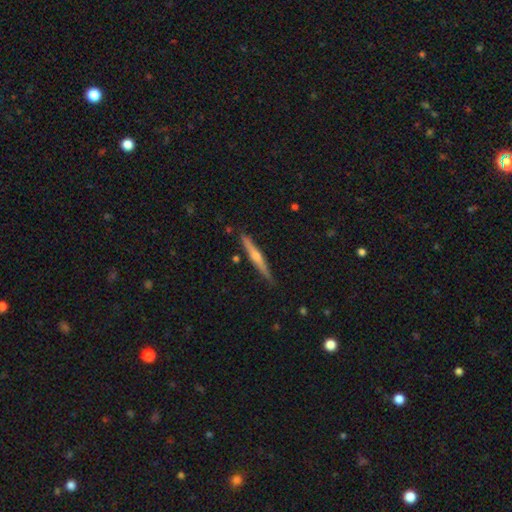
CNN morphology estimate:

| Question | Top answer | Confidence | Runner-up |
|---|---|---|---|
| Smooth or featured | featured or disk | 67% | smooth (27%) |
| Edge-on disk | yes | 97% | no (3%) |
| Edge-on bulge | rounded | 84% | none (12%) |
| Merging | none | 87% | minor disturbance (9%) |